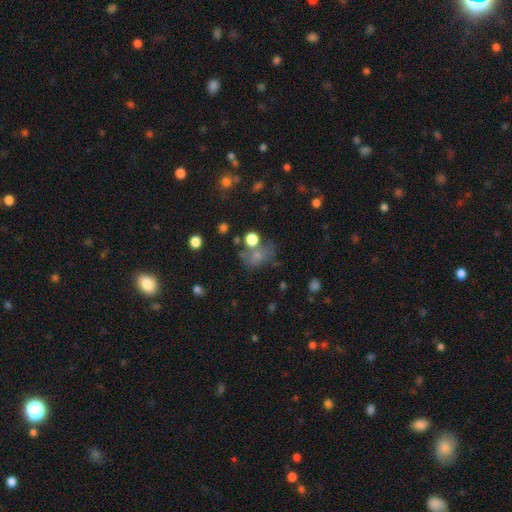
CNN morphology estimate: smooth_or_featured: smooth (p=0.52) [alt: star or artifact p=0.32]
how_rounded: in between (p=0.49) [tied with: round p=0.49]
merging: none (p=0.52) [alt: minor disturbance p=0.19]